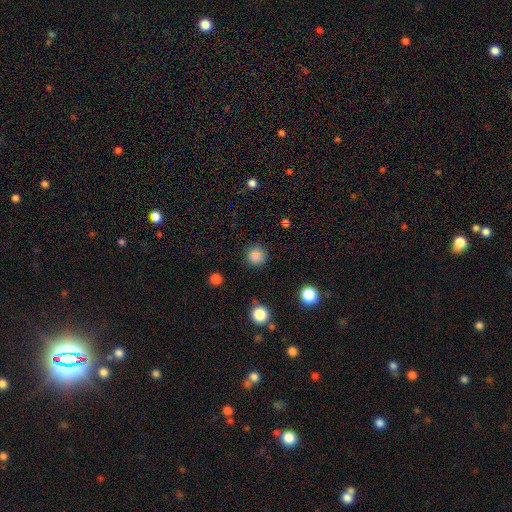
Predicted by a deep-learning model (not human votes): Smooth or featured: smooth — 78% (star or artifact — 16%)
How rounded: round — 93% (in between — 6%)
Merging: none — 85% (minor disturbance — 9%)